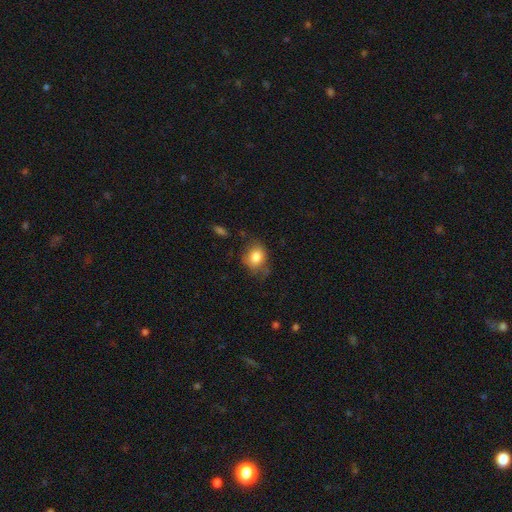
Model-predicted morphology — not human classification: A smooth galaxy with no disk features (82%) that is round (59%). Merging: none (68%).